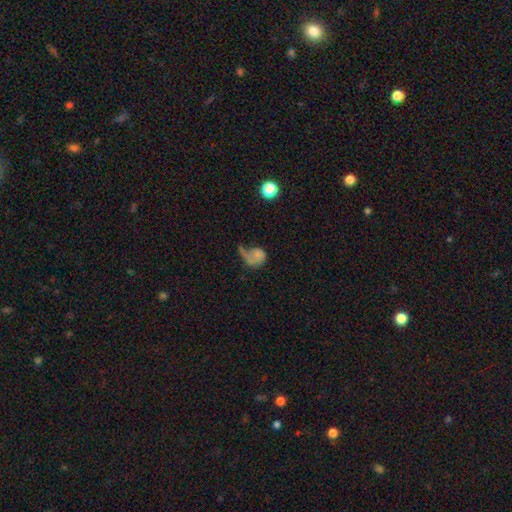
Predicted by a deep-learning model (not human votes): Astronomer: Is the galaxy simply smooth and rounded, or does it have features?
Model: smooth — 52% (runner-up: featured or disk, 37%).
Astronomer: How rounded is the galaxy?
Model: round — 60% (runner-up: in between, 38%).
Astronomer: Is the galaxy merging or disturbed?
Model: major disturbance — 47% (runner-up: none, 24%).